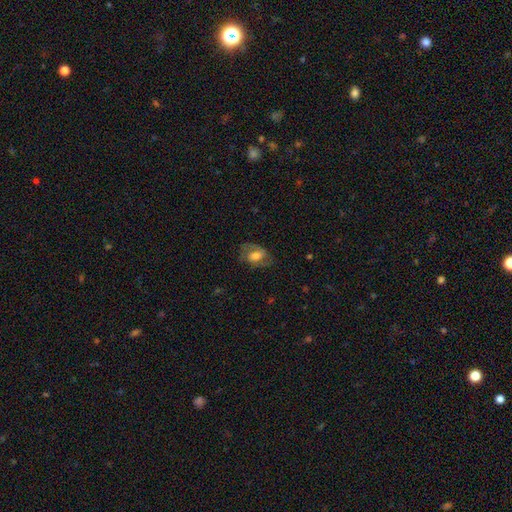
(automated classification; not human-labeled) This is possibly a featured or disk galaxy (52%). It is clearly not viewed edge-on (95%). Merging: likely none (66%).